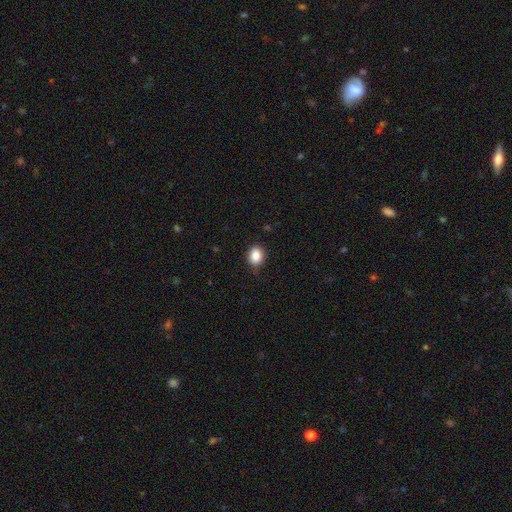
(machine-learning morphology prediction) Smooth or featured: smooth — 88% (star or artifact — 9%)
How rounded: round — 57% (in between — 42%)
Merging: none — 83% (minor disturbance — 13%)